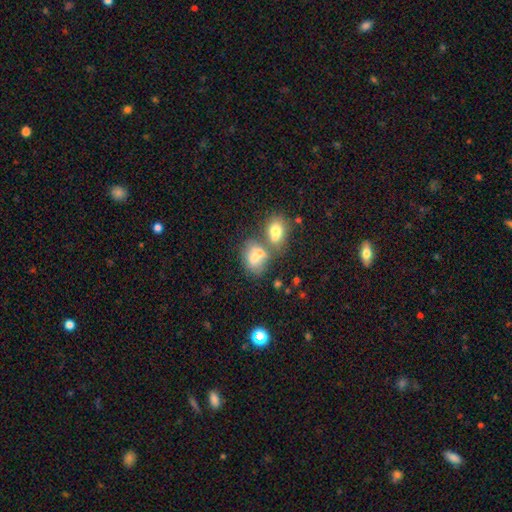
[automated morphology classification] Smooth or featured?
  - smooth: 68% *
  - featured or disk: 20%
  - star or artifact: 12%
How rounded?
  - in between: 72% *
  - round: 26%
  - cigar-shaped: 2%
Merging?
  - merger: 52% *
  - none: 28%
  - minor disturbance: 12%
  - major disturbance: 8%